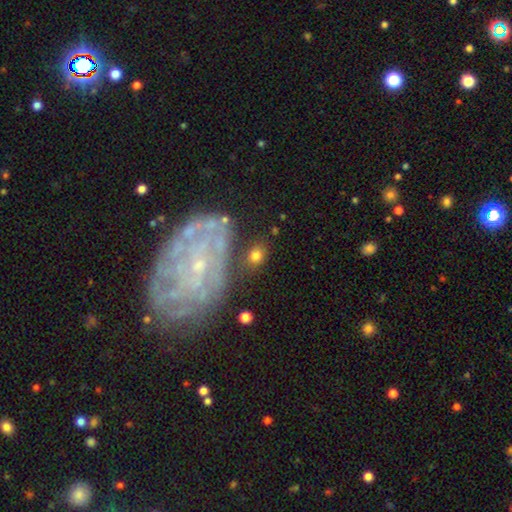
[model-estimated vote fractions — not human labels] The model was most divided on "how rounded": round: 56%, in between: 43%, cigar-shaped: 2%. More confident: merging — none (77%); smooth or featured — smooth (72%).